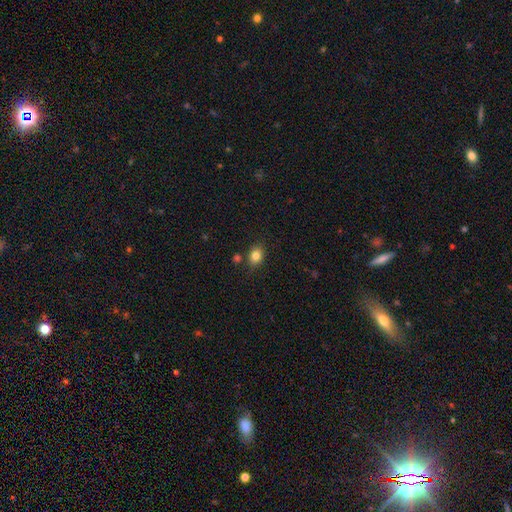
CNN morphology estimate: Overall: smooth (82%). How rounded: in between (62%; round 37%). Merging: none (80%).